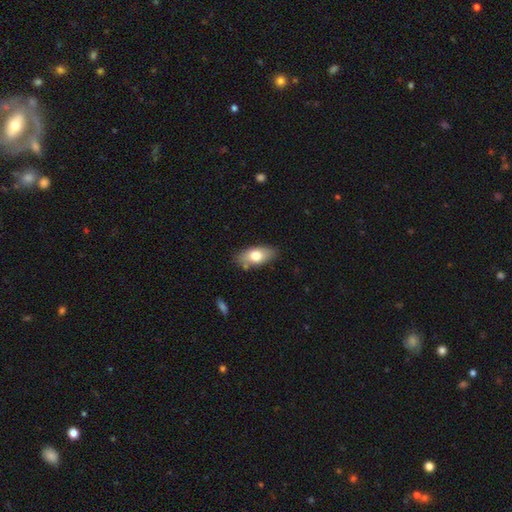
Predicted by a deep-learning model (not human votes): smooth-or-featured: smooth: 71% | featured or disk: 22% | star or artifact: 7%
  how-rounded: in between: 89% | cigar-shaped: 7% | round: 4%
  merging: none: 80% | minor disturbance: 14% | merger: 3% | major disturbance: 3%